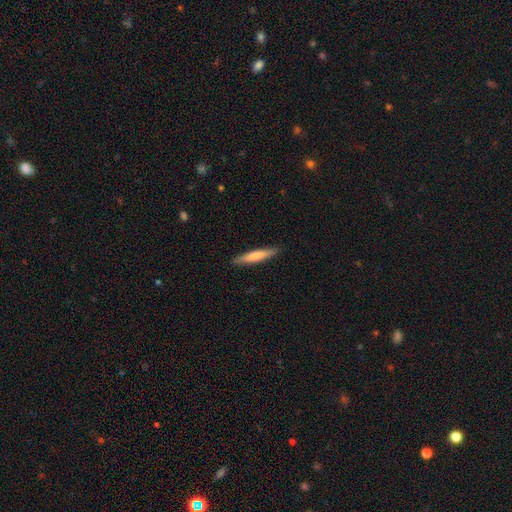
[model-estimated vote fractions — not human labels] A smooth galaxy with no disk features (72%) that is cigar-shaped (91%). Merging: none (90%).